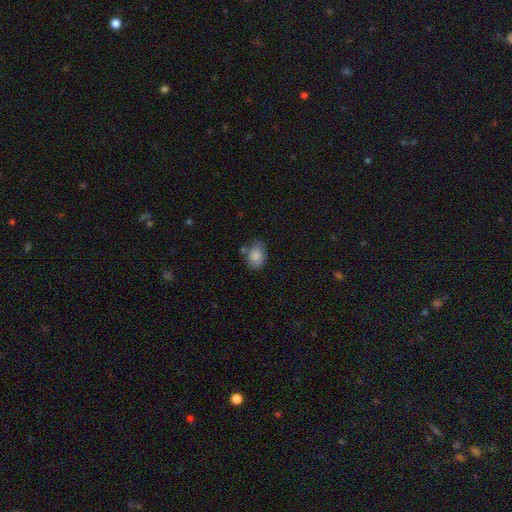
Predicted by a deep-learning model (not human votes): Smooth or featured?
  - smooth: 85% *
  - star or artifact: 8%
  - featured or disk: 7%
How rounded?
  - in between: 76% *
  - round: 23%
  - cigar-shaped: 1%
Merging?
  - none: 63% *
  - minor disturbance: 23%
  - merger: 8%
  - major disturbance: 6%